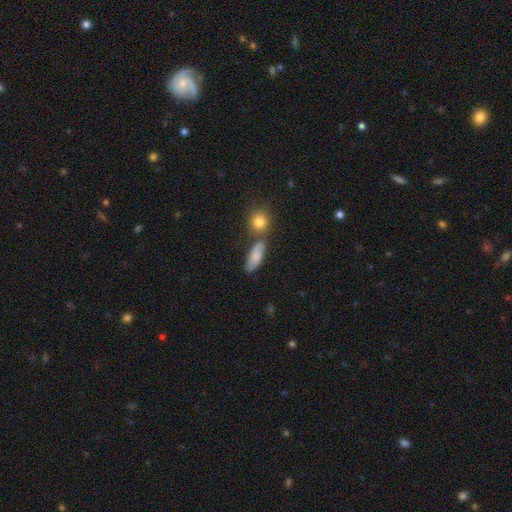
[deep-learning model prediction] Smooth or featured? Predicted: smooth (p=0.79). How rounded? Predicted: in between (p=0.69). Merging? Predicted: none (p=0.62).